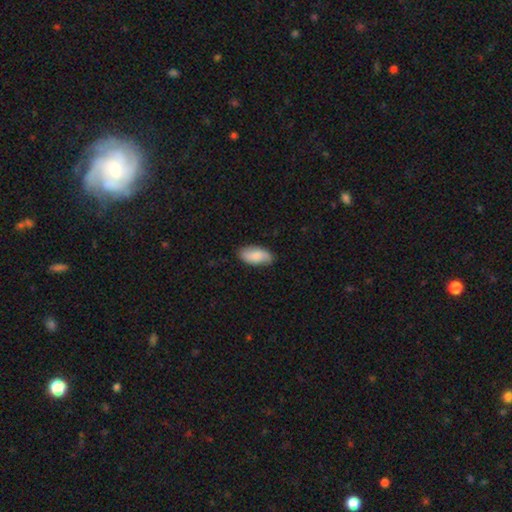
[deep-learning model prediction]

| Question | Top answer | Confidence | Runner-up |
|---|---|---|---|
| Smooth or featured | smooth | 79% | featured or disk (15%) |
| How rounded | in between | 92% | cigar-shaped (5%) |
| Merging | none | 81% | minor disturbance (15%) |